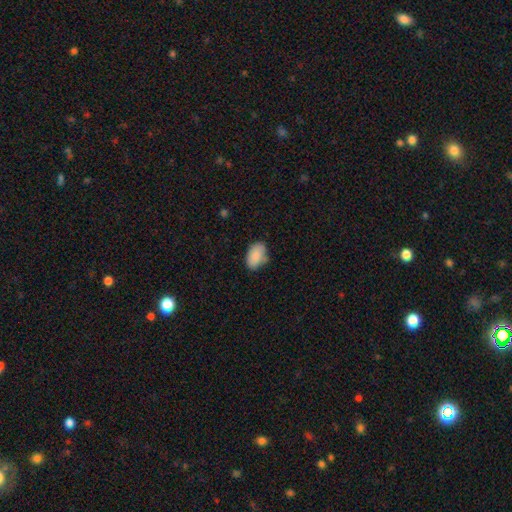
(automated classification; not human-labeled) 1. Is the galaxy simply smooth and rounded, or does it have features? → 87% smooth, 7% star or artifact, 5% featured or disk.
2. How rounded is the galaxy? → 90% in between, 9% round, 1% cigar-shaped.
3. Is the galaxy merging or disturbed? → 69% none, 24% minor disturbance, 4% major disturbance, 2% merger.